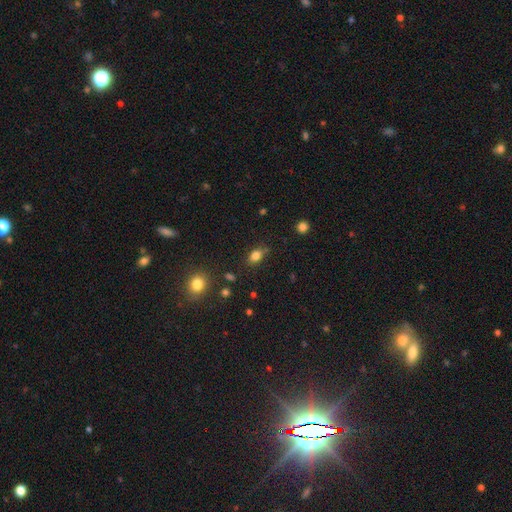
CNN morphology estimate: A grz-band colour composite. It shows a smooth galaxy with no disk features (82%) that is in between round and cigar-shaped (79%). Merging: none (74%).